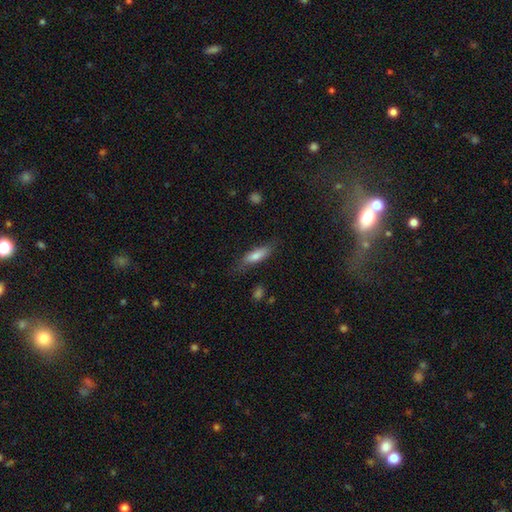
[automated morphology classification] type=smooth (69%); roundness=cigar-shaped (57%); merging=none (72%).